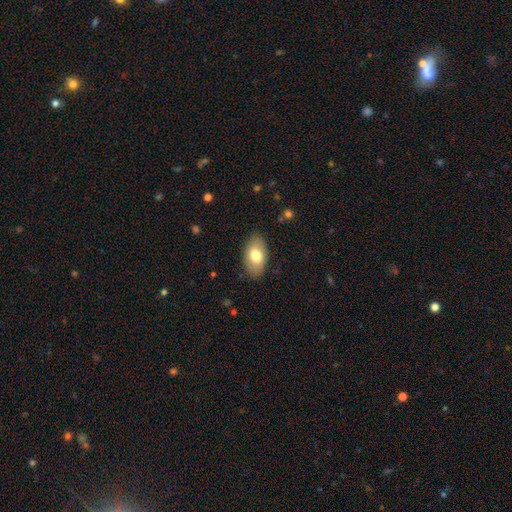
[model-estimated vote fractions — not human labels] The model was most divided on "smooth or featured": smooth: 75%, featured or disk: 18%, star or artifact: 6%. More confident: how rounded — in between (93%); merging — none (85%).